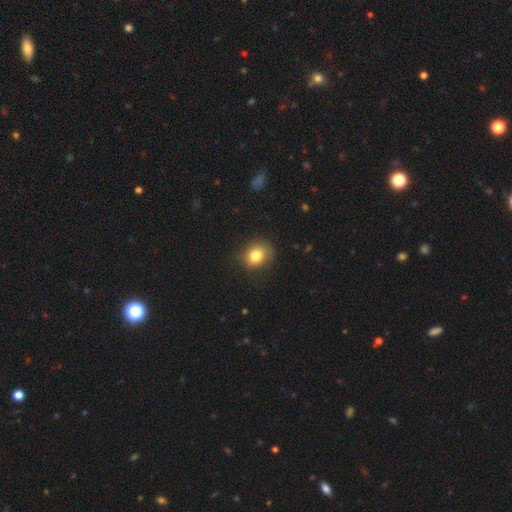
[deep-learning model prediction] Smooth or featured: smooth — 80% (star or artifact — 10%)
How rounded: round — 63% (in between — 36%)
Merging: none — 79% (minor disturbance — 16%)